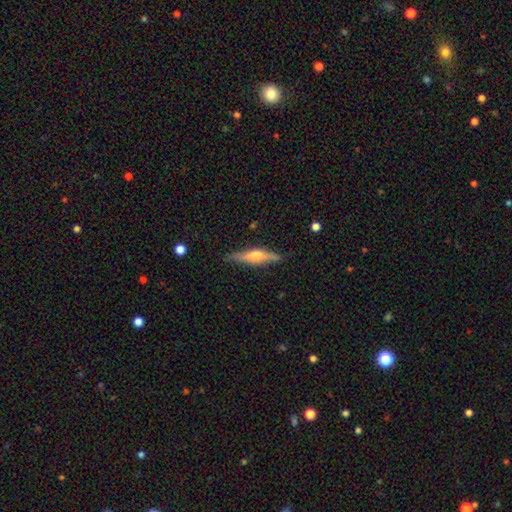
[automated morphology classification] type=featured or disk (63%); edge-on=yes (97%); edge-on bulge=rounded (79%); merging=none (87%).